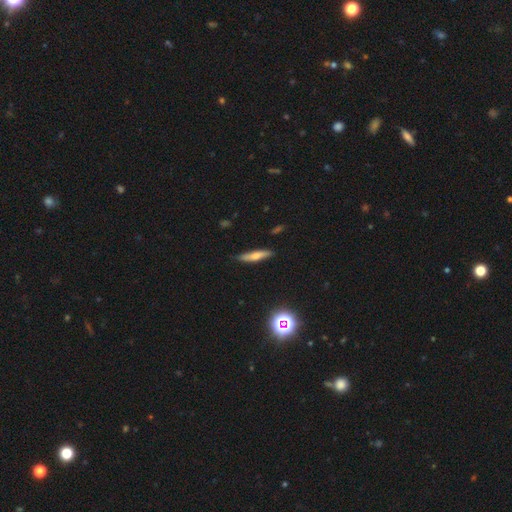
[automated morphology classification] Overall: smooth (58%; featured or disk 33%). How rounded: cigar-shaped (84%). Merging: none (83%).